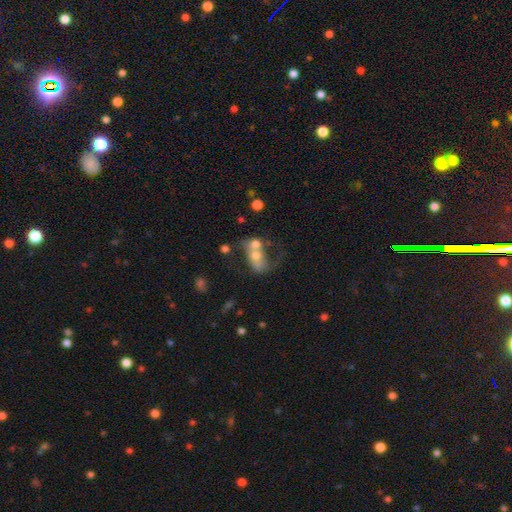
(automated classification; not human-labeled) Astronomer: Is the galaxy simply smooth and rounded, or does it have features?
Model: smooth — 47% (runner-up: featured or disk, 42%).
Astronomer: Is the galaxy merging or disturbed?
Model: merger — 60%.